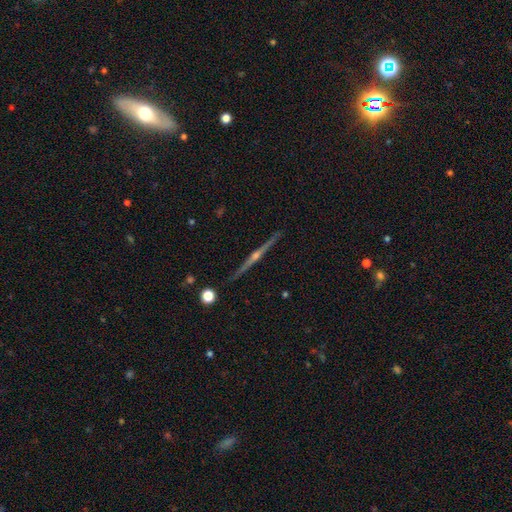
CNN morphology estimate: featured or disk 83%, smooth 9%, star or artifact 8%. Down the decision tree: edge-on disk — yes (98%); edge-on bulge — rounded (87%); merging — none (90%).